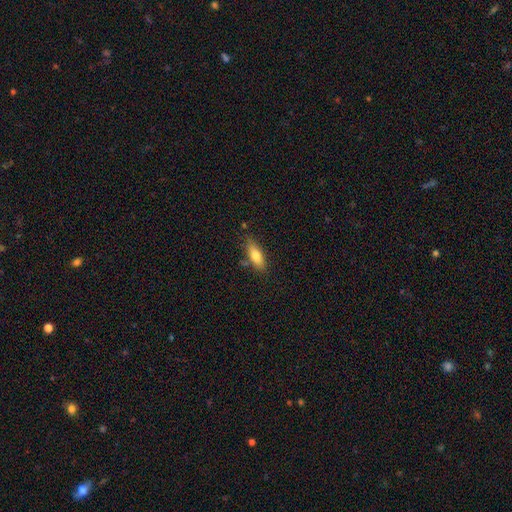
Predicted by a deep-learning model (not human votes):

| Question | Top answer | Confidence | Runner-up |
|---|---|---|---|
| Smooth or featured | smooth | 75% | featured or disk (18%) |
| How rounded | in between | 57% | cigar-shaped (41%) |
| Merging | none | 75% | minor disturbance (16%) |